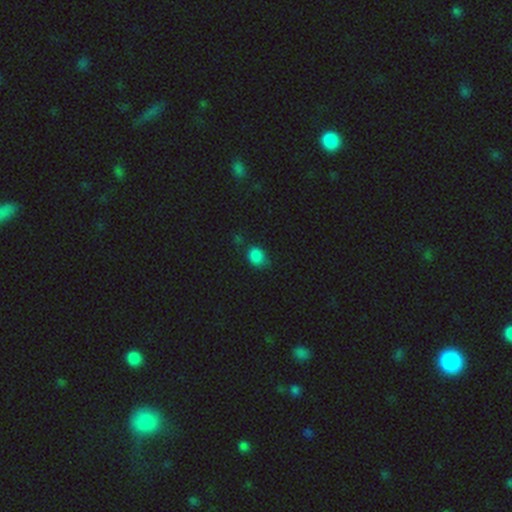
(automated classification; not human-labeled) The model was most divided on "how rounded": in between: 53%, round: 46%, cigar-shaped: 1%. More confident: smooth or featured — smooth (83%); merging — none (60%).